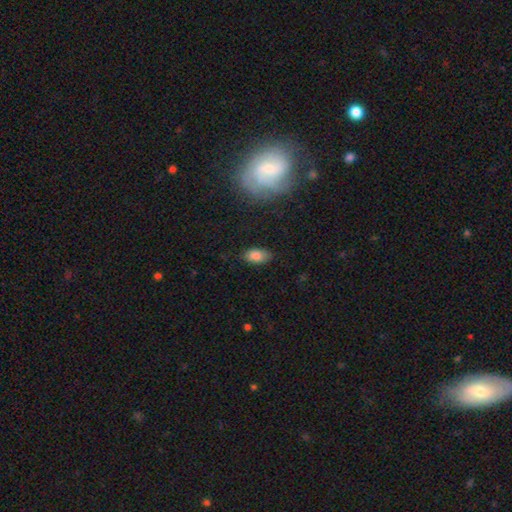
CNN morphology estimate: Smooth or featured?
  - smooth: 85% *
  - star or artifact: 9%
  - featured or disk: 6%
How rounded?
  - in between: 92% *
  - round: 5%
  - cigar-shaped: 3%
Merging?
  - none: 81% *
  - minor disturbance: 15%
  - major disturbance: 3%
  - merger: 1%